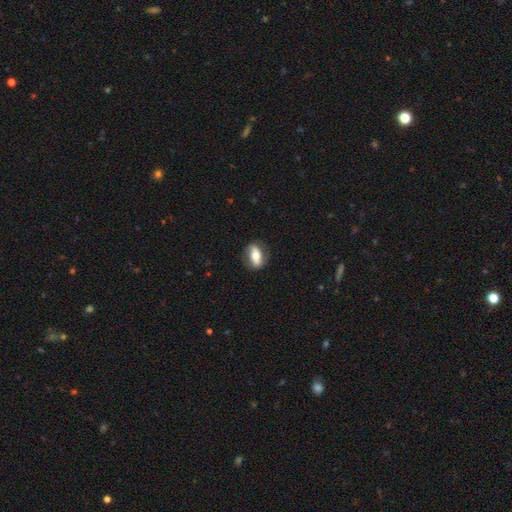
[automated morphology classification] smooth-or-featured: smooth: 54% | featured or disk: 39% | star or artifact: 7%
  how-rounded: in between: 79% | cigar-shaped: 11% | round: 10%
  merging: none: 80% | minor disturbance: 14% | major disturbance: 5% | merger: 1%